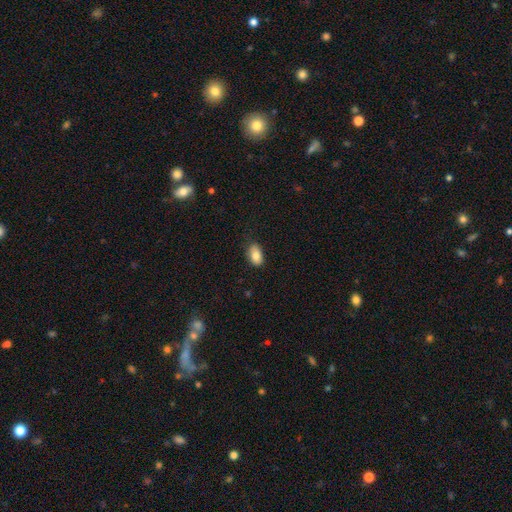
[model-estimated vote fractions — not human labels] A smooth galaxy with no disk features (83%) that is in between round and cigar-shaped (91%).

Vote fractions:
- Smooth or featured? smooth: 83% / featured or disk: 9% / star or artifact: 7%
- How rounded? in between: 91% / round: 7% / cigar-shaped: 2%
- Merging? none: 80% / minor disturbance: 16% / major disturbance: 3% / merger: 1%